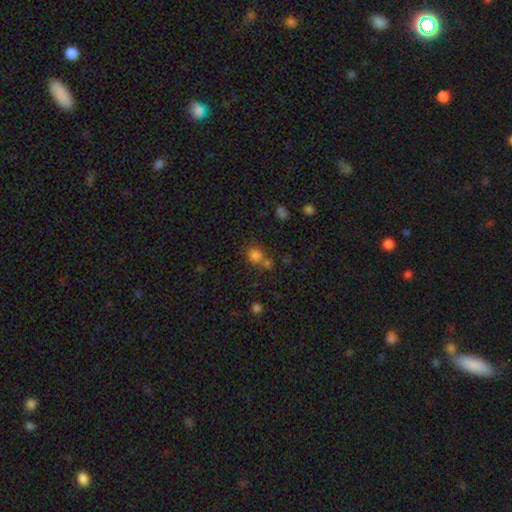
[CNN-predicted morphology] smooth_or_featured: smooth (p=0.77) [alt: star or artifact p=0.16]
how_rounded: round (p=0.83) [alt: in between p=0.16]
merging: none (p=0.55) [alt: merger p=0.32]